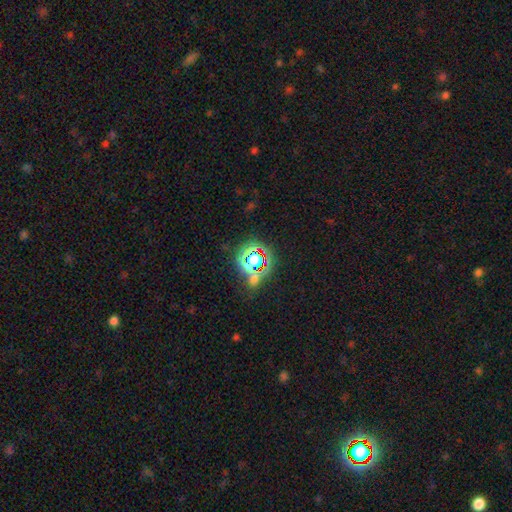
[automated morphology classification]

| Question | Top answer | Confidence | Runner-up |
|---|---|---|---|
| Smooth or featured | star or artifact | 64% | smooth (25%) |